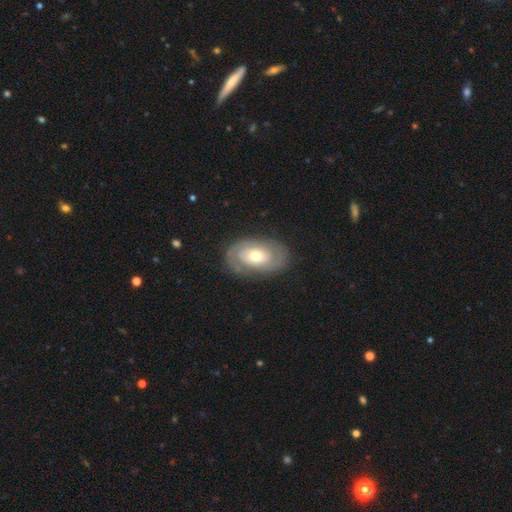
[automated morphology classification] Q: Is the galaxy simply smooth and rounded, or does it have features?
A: featured or disk — 69%.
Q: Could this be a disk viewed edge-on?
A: no — 94%.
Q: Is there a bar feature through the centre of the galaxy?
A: no — 77%.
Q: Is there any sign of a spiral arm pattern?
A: yes — 70%.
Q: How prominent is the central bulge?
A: moderate — 64%.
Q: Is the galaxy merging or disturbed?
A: none — 80%.